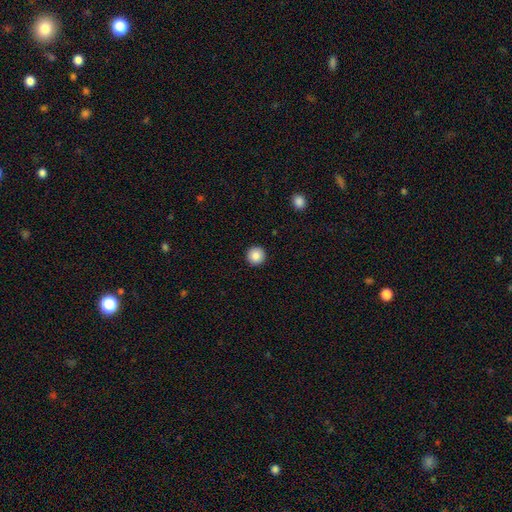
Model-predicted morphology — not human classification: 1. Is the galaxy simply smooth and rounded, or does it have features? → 86% smooth, 9% star or artifact, 5% featured or disk.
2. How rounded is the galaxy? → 96% round, 3% in between, 1% cigar-shaped.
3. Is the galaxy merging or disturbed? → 94% none, 4% minor disturbance, 1% major disturbance, 1% merger.